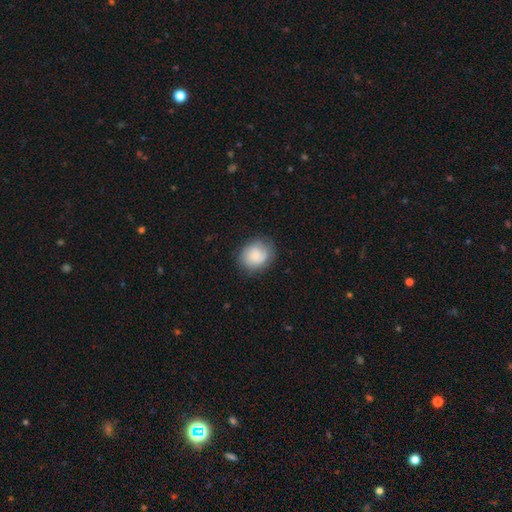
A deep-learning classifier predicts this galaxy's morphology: smooth 71%, featured or disk 21%, star or artifact 8%. Down the decision tree: how rounded — round (71%); merging — none (78%).